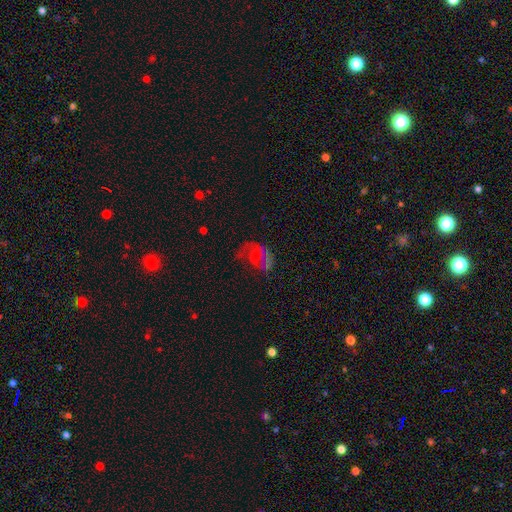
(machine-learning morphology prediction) Smooth or featured? featured or disk (48%)
Merging? major disturbance (41%)